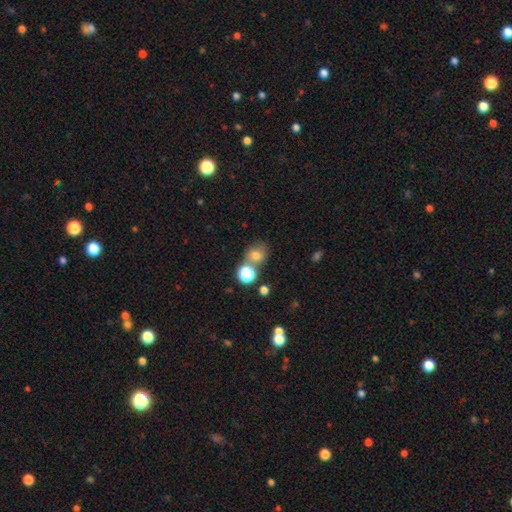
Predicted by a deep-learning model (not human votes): This appears to be a smooth galaxy with no disk features (72%) that is round (68%). Merging: none (57%).